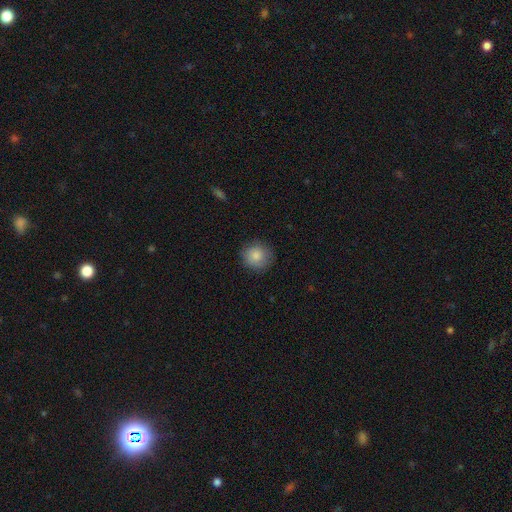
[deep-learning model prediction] This is clearly a smooth galaxy (86%). How rounded: clearly round (93%). Merging: clearly none (87%).